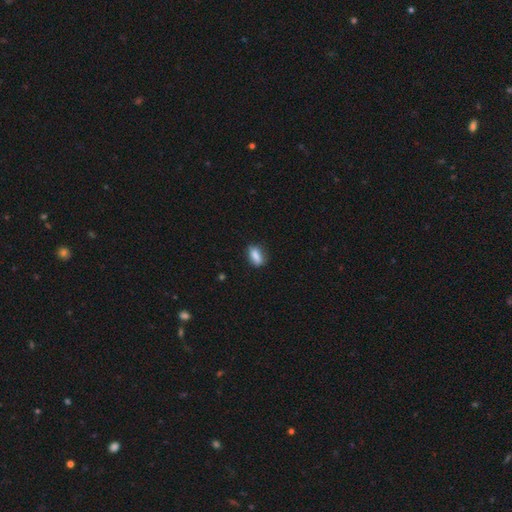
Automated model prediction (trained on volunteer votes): This appears to be a smooth galaxy with no disk features (84%) that is in between round and cigar-shaped (77%). Merging: none (79%).